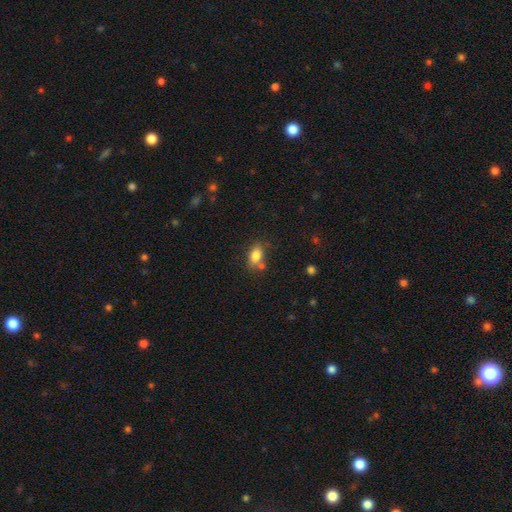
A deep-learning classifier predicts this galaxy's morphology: Smooth or featured?
  - smooth: 84% *
  - star or artifact: 9%
  - featured or disk: 7%
How rounded?
  - in between: 86% *
  - round: 12%
  - cigar-shaped: 3%
Merging?
  - none: 65% *
  - minor disturbance: 16%
  - merger: 15%
  - major disturbance: 4%